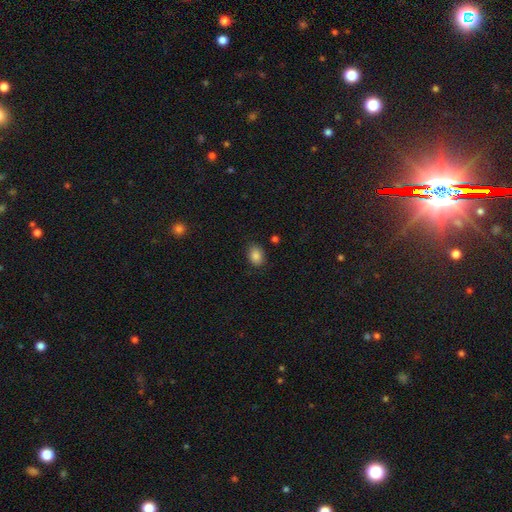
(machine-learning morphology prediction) smooth_or_featured: smooth (p=0.86) [alt: star or artifact p=0.09]
how_rounded: in between (p=0.67) [alt: round p=0.32]
merging: none (p=0.83) [alt: minor disturbance p=0.12]